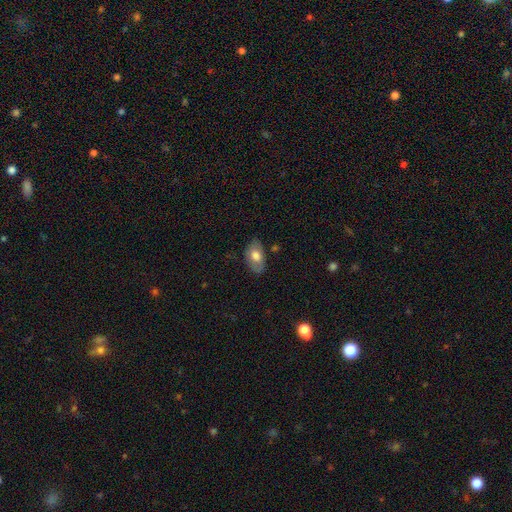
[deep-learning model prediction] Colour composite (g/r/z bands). It shows a smooth galaxy with no disk features (68%) that is in between round and cigar-shaped (91%). Merging: none (74%).